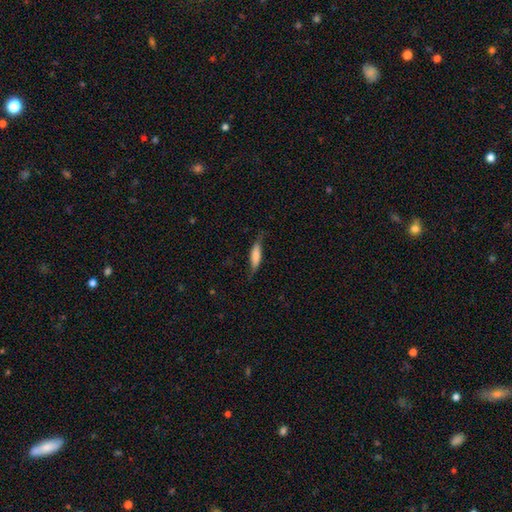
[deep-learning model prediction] smooth_or_featured: smooth (p=0.62) [alt: featured or disk p=0.31]
how_rounded: cigar-shaped (p=0.61) [alt: in between p=0.36]
merging: none (p=0.62) [alt: minor disturbance p=0.27]